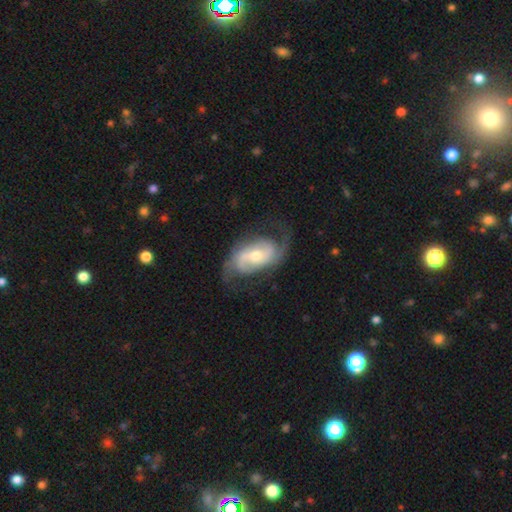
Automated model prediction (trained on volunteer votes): This is clearly a featured or disk galaxy (83%). It is clearly not viewed edge-on (96%). Bar: marginally no (40%, tied with weak). Spiral arm pattern: clearly yes (93%). Spiral arm count: likely 2 (77%). Spiral winding: marginally medium (44%). Central bulge: possibly moderate (55%). Merging: likely none (64%).